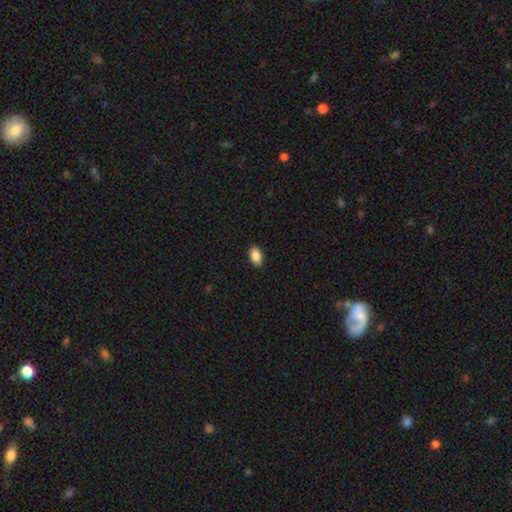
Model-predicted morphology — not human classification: Smooth or featured: smooth — 87% (star or artifact — 7%)
How rounded: in between — 91% (round — 7%)
Merging: none — 88% (minor disturbance — 9%)